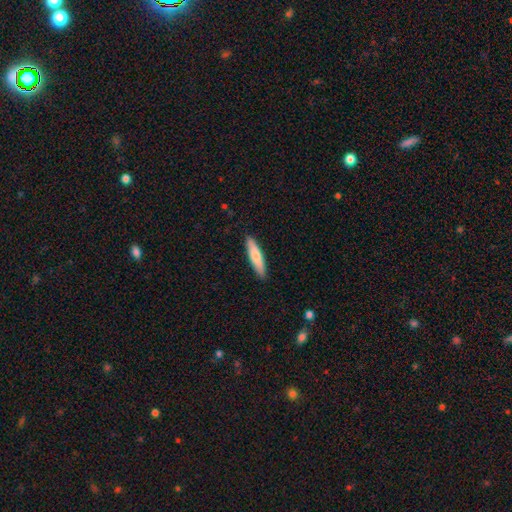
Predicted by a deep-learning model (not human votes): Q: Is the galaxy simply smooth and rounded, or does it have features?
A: smooth — 75%.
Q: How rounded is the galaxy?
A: cigar-shaped — 82%.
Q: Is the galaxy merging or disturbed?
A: none — 90%.